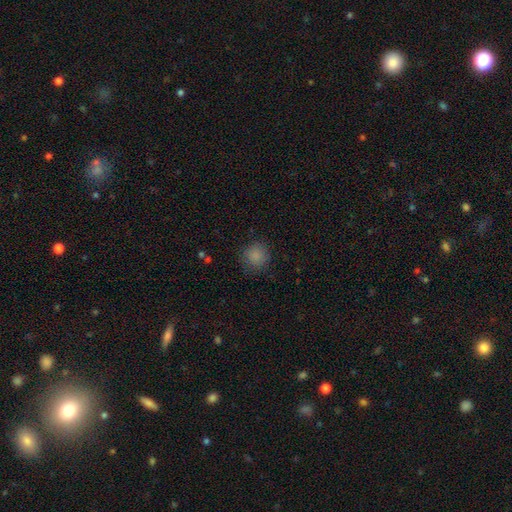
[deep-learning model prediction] Smooth or featured? Predicted: smooth (p=0.86). How rounded? Predicted: round (p=0.91). Merging? Predicted: none (p=0.84).